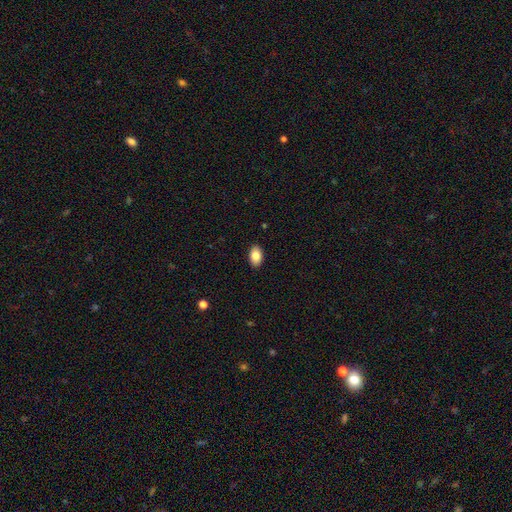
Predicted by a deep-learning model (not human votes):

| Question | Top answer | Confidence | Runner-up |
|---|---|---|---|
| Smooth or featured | smooth | 85% | featured or disk (8%) |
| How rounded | in between | 91% | round (7%) |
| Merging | none | 90% | minor disturbance (8%) |